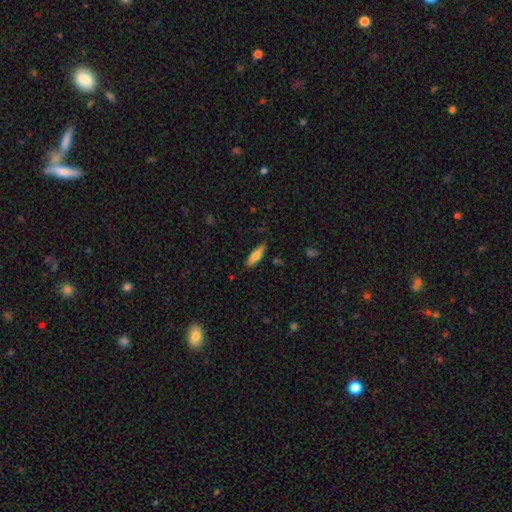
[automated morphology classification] A smooth galaxy with no disk features (74%) that is in between round and cigar-shaped (54%).

Vote fractions:
- Smooth or featured? smooth: 74% / featured or disk: 19% / star or artifact: 6%
- How rounded? in between: 54% / cigar-shaped: 44% / round: 2%
- Merging? none: 82% / minor disturbance: 14% / major disturbance: 3% / merger: 2%